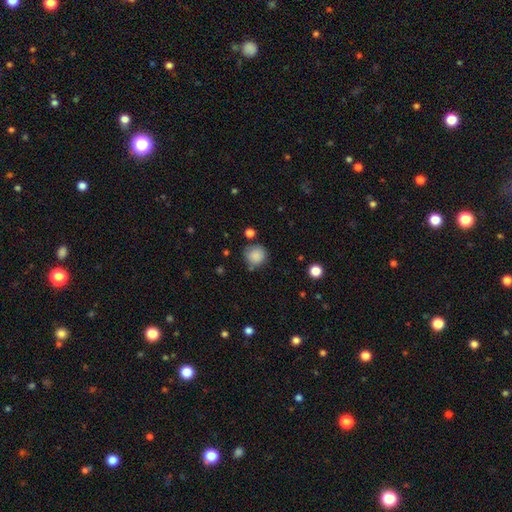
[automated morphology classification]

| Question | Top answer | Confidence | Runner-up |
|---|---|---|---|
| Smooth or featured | smooth | 87% | star or artifact (9%) |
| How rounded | round | 91% | in between (8%) |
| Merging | none | 77% | minor disturbance (14%) |